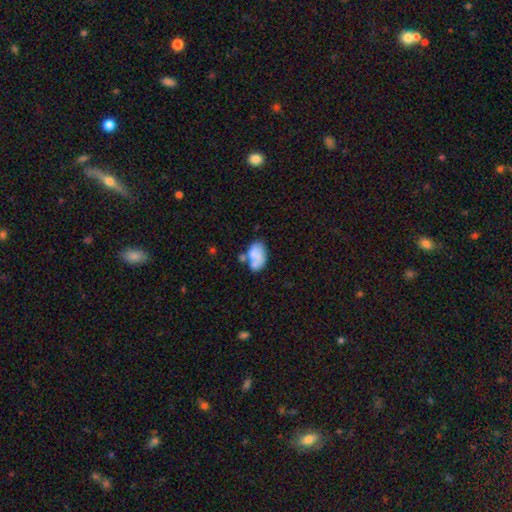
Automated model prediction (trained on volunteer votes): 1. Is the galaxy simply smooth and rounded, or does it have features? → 65% smooth, 26% featured or disk, 8% star or artifact.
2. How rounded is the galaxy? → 89% in between, 9% round, 1% cigar-shaped.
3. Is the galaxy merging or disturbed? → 36% none, 33% merger, 21% minor disturbance, 10% major disturbance.